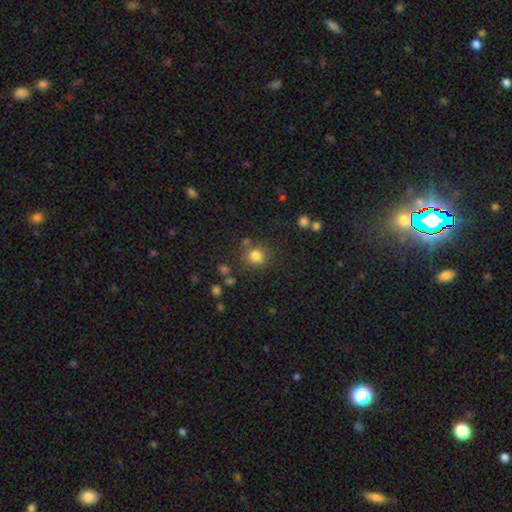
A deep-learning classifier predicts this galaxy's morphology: Smooth or featured? smooth (80%)
How rounded? round (88%)
Merging? none (76%)